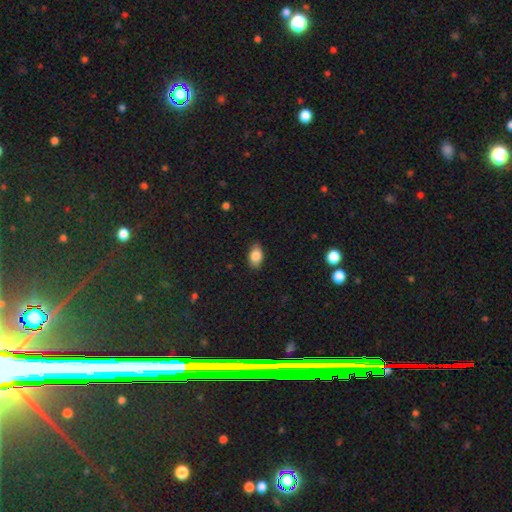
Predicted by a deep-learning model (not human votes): Overall: smooth (86%). How rounded: in between (89%). Merging: none (84%).